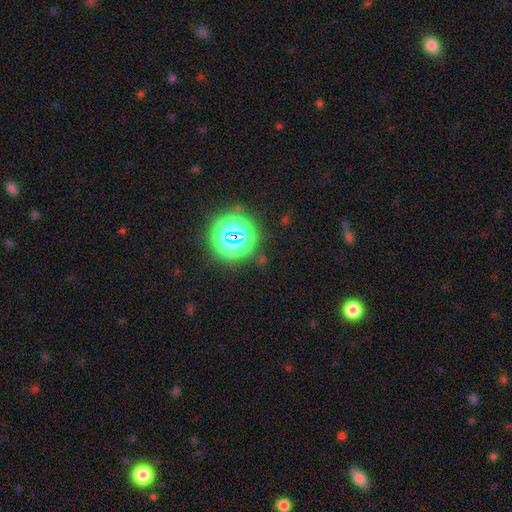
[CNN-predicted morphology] Smooth or featured? Predicted: star or artifact (p=0.70).